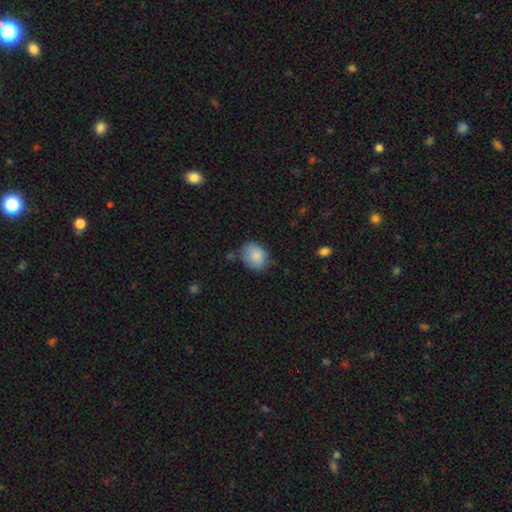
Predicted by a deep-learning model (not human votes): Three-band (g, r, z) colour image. It shows a smooth galaxy with no disk features (85%) that is in between round and cigar-shaped (54%). Merging: none (63%).